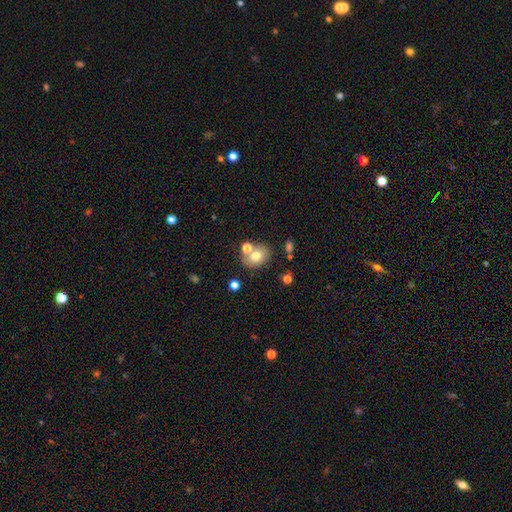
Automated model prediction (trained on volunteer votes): Smooth or featured? Predicted: smooth (p=0.73). How rounded? Predicted: in between (p=0.56). Merging? Predicted: none (p=0.64).